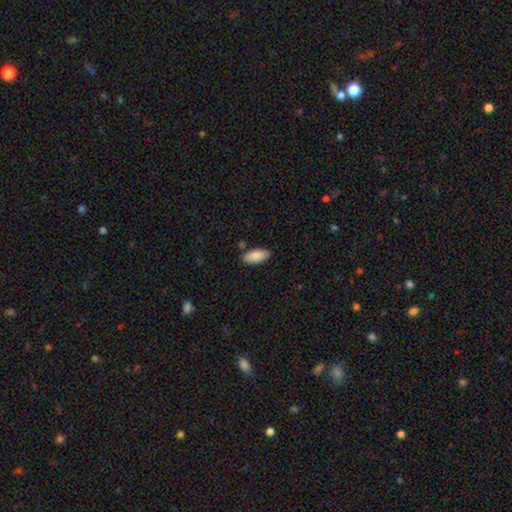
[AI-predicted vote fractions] Smooth or featured?
  - smooth: 89% *
  - star or artifact: 6%
  - featured or disk: 5%
How rounded?
  - in between: 89% *
  - cigar-shaped: 9%
  - round: 2%
Merging?
  - none: 84% *
  - minor disturbance: 11%
  - merger: 3%
  - major disturbance: 2%